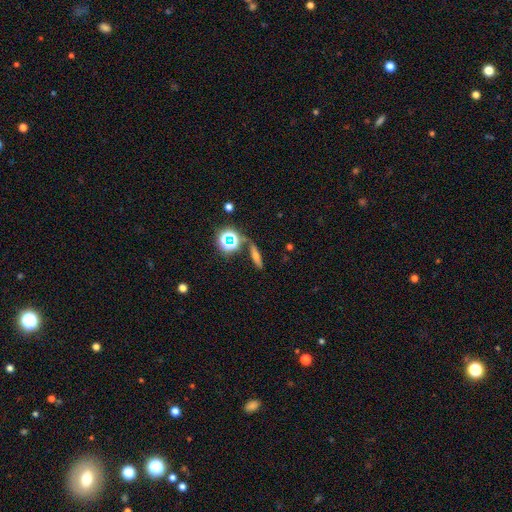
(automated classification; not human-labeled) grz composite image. It shows a smooth galaxy with no disk features (40%). Merging: none (80%).